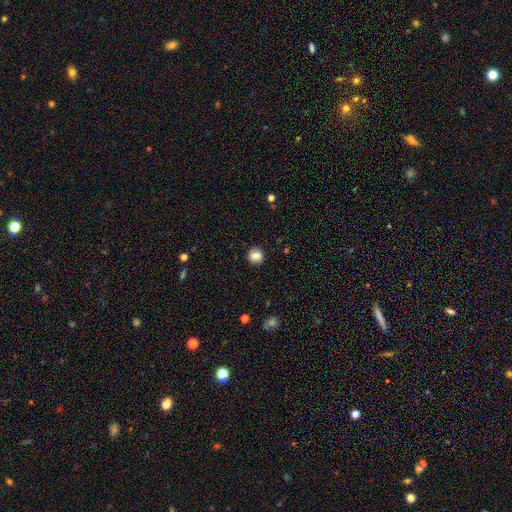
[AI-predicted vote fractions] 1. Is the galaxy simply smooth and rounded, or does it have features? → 82% smooth, 10% star or artifact, 8% featured or disk.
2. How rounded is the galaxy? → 83% round, 16% in between, 1% cigar-shaped.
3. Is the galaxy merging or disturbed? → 89% none, 8% minor disturbance, 2% major disturbance, 1% merger.